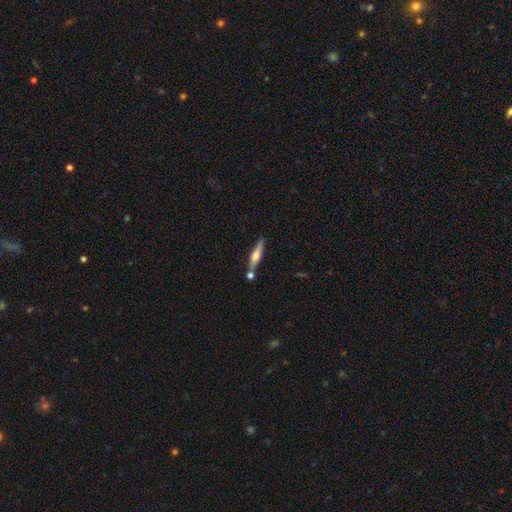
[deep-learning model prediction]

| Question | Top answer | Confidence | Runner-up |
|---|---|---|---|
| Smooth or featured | featured or disk | 54% | smooth (40%) |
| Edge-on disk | yes | 94% | no (6%) |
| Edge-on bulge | rounded | 88% | boxy (7%) |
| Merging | none | 71% | merger (15%) |